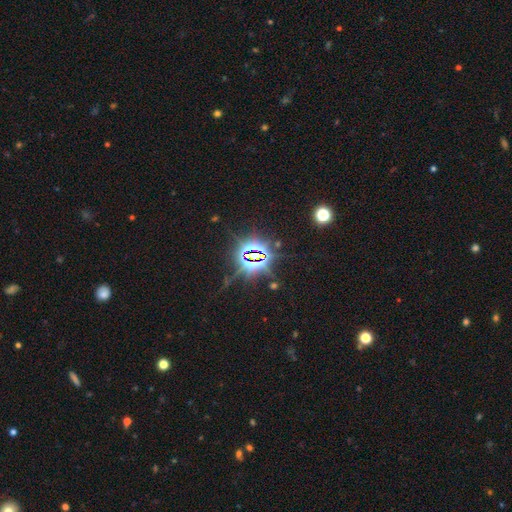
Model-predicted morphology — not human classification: Smooth or featured? Predicted: star or artifact (p=0.84).